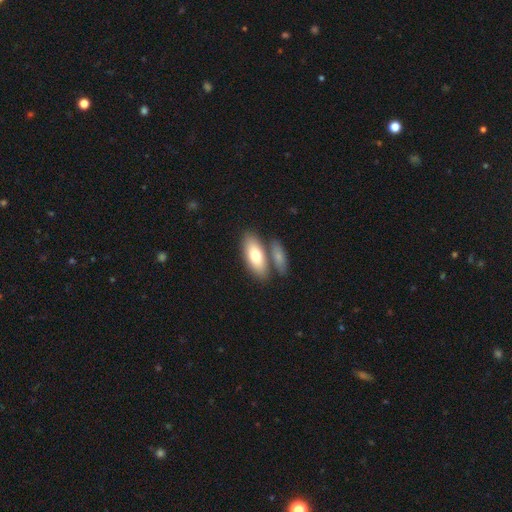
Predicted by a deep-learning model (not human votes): Q: Smooth or featured?
A: smooth (72%); runner-up: featured or disk (22%)
Q: How rounded?
A: in between (80%); runner-up: cigar-shaped (17%)
Q: Merging?
A: none (58%); runner-up: merger (29%)